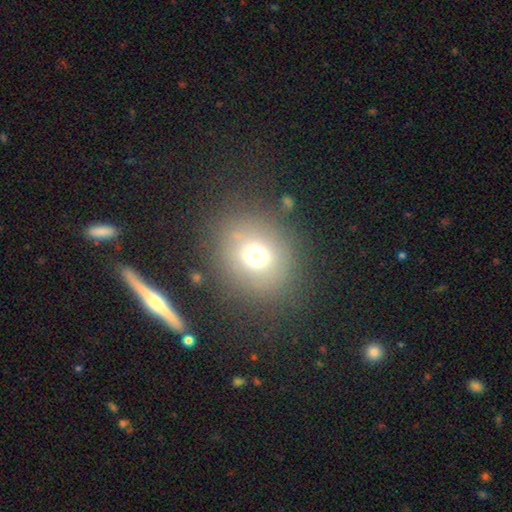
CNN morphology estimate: Smooth or featured? Predicted: smooth (p=0.69). How rounded? Predicted: round (p=0.79). Merging? Predicted: none (p=0.79).